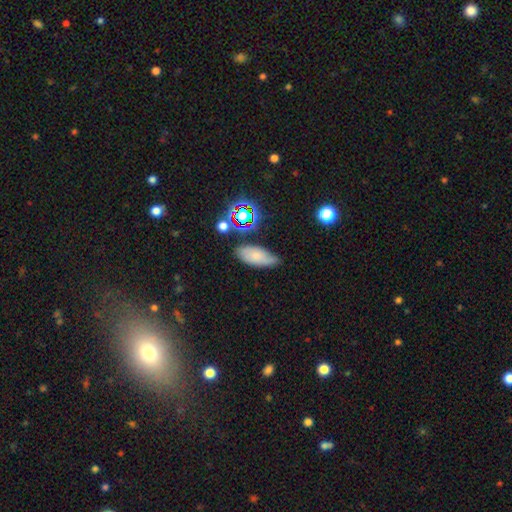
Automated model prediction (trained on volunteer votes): Q: Smooth or featured?
A: smooth (65%); runner-up: featured or disk (21%)
Q: How rounded?
A: in between (84%); runner-up: cigar-shaped (12%)
Q: Merging?
A: none (65%); runner-up: minor disturbance (24%)